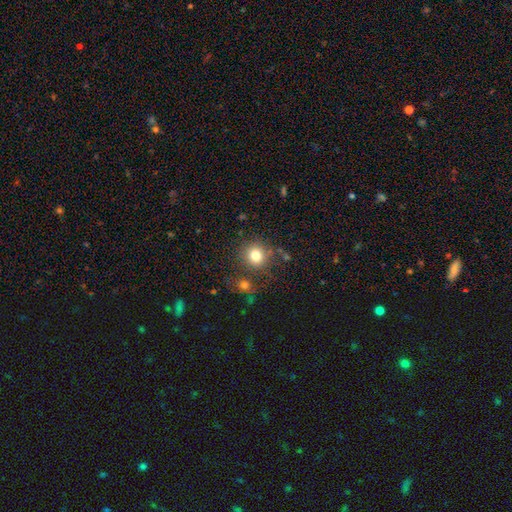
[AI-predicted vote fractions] Smooth or featured? smooth (80%)
How rounded? round (89%)
Merging? none (77%)